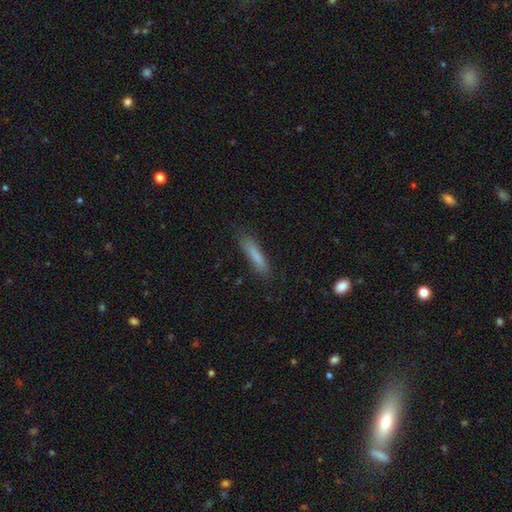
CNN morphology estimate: A smooth galaxy with no disk features (79%) that is cigar-shaped (87%). Merging: none (83%).